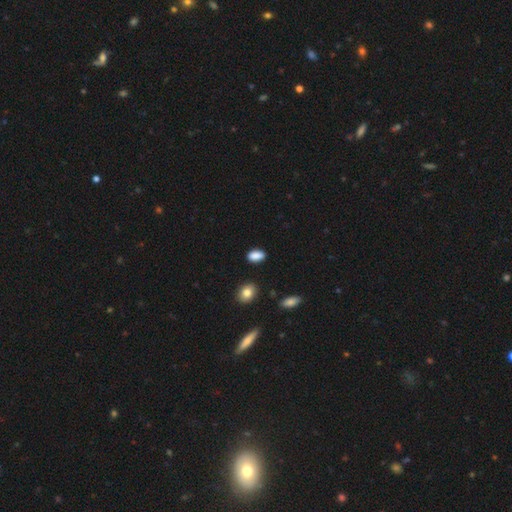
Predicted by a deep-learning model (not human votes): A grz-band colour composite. It shows a smooth galaxy with no disk features (88%) that is in between round and cigar-shaped (89%). Merging: none (86%).